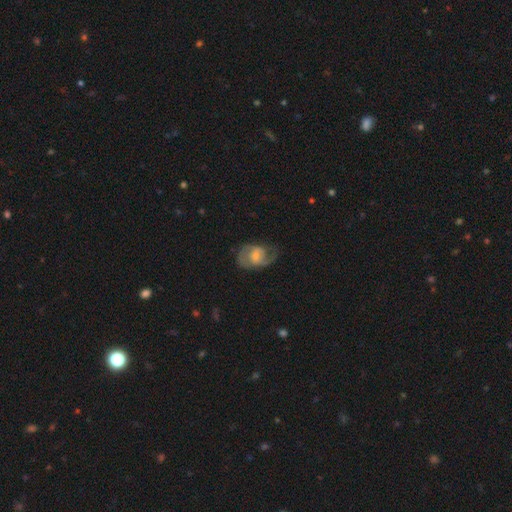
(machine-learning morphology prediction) Smooth or featured? Predicted: featured or disk (p=0.62). Edge-on disk? Predicted: no (p=0.96). Bar? Predicted: weak (p=0.45). Spiral arms? Predicted: yes (p=0.80). Bulge size? Predicted: moderate (p=0.39). Merging? Predicted: none (p=0.54).